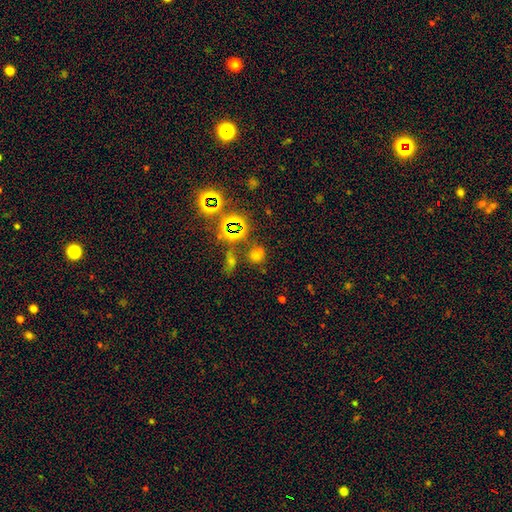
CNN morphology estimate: Q: Smooth or featured?
A: smooth (46%); runner-up: star or artifact (44%)
Q: Merging?
A: none (54%); runner-up: merger (27%)